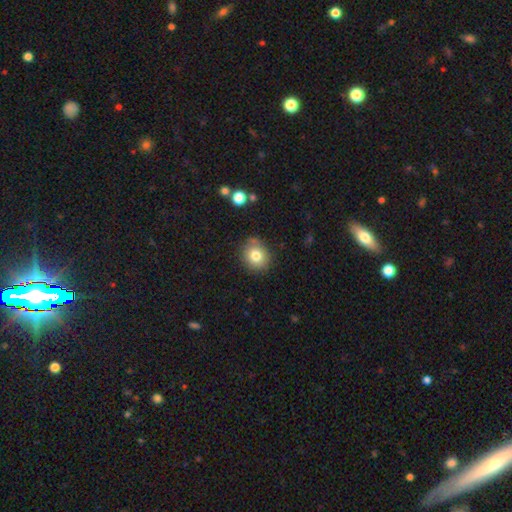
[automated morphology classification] smooth 79%, star or artifact 11%, featured or disk 10%. Down the decision tree: how rounded — round (75%); merging — none (81%).